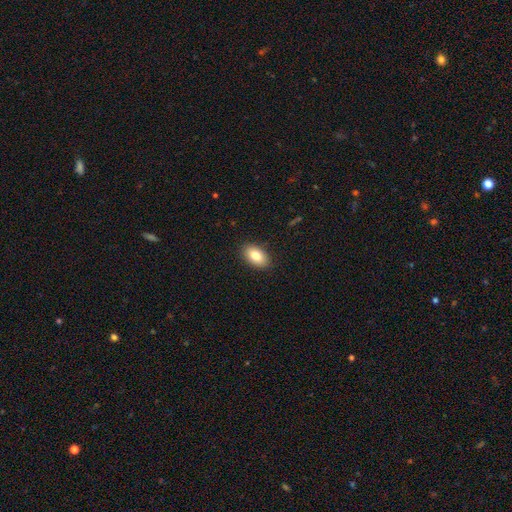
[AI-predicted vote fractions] A smooth galaxy with no disk features (82%) that is in between round and cigar-shaped (92%). Merging: none (89%).